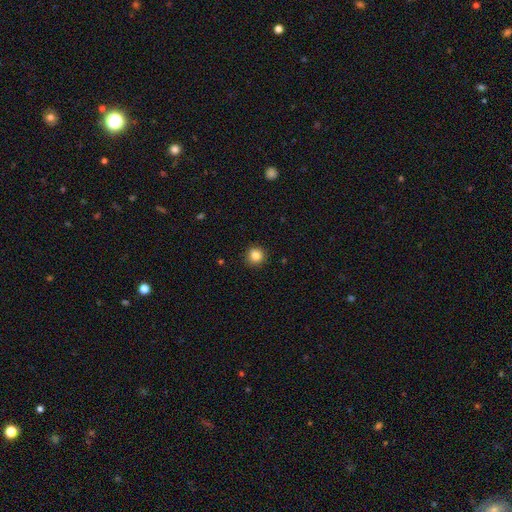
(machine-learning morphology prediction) Q: Smooth or featured?
A: smooth (84%); runner-up: star or artifact (11%)
Q: How rounded?
A: round (94%); runner-up: in between (5%)
Q: Merging?
A: none (92%); runner-up: minor disturbance (6%)